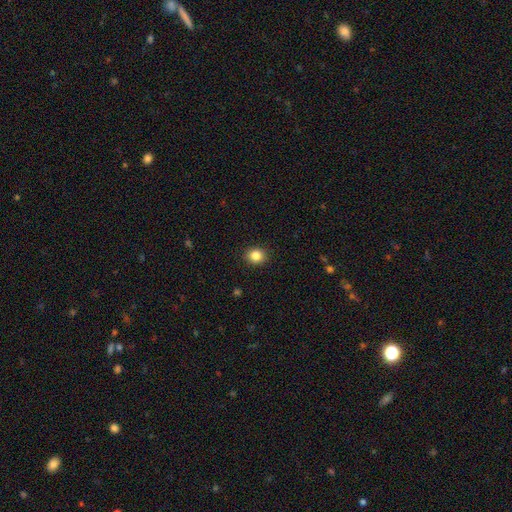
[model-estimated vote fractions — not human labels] A smooth galaxy with no disk features (85%) that is round (70%).

Vote fractions:
- Smooth or featured? smooth: 85% / star or artifact: 10% / featured or disk: 5%
- How rounded? round: 70% / in between: 29% / cigar-shaped: 1%
- Merging? none: 91% / minor disturbance: 6% / major disturbance: 2% / merger: 1%